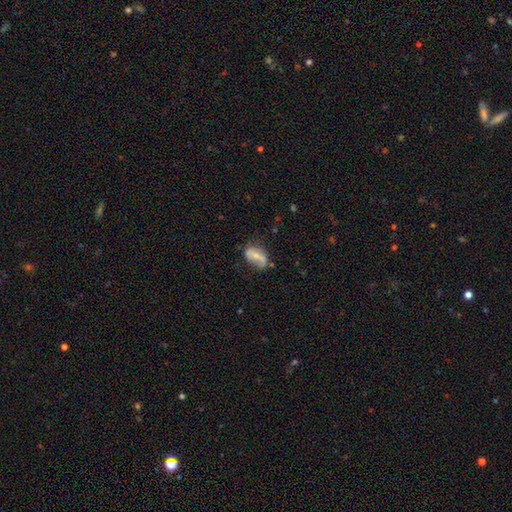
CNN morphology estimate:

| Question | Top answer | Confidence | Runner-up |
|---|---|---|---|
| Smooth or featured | smooth | 50% | featured or disk (42%) |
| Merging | none | 47% | minor disturbance (32%) |